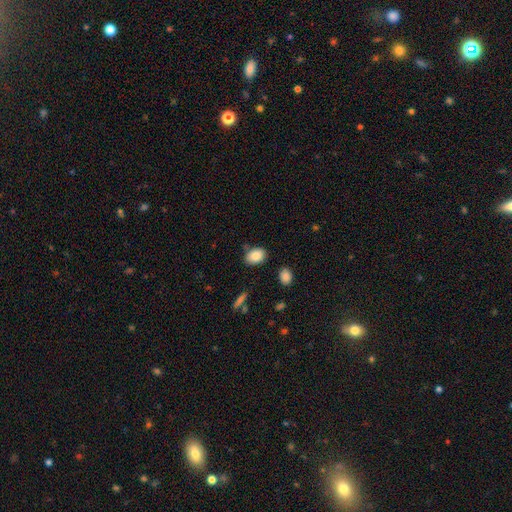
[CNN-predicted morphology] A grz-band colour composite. It shows a smooth galaxy with no disk features (87%) that is in between round and cigar-shaped (81%). Merging: none (79%).